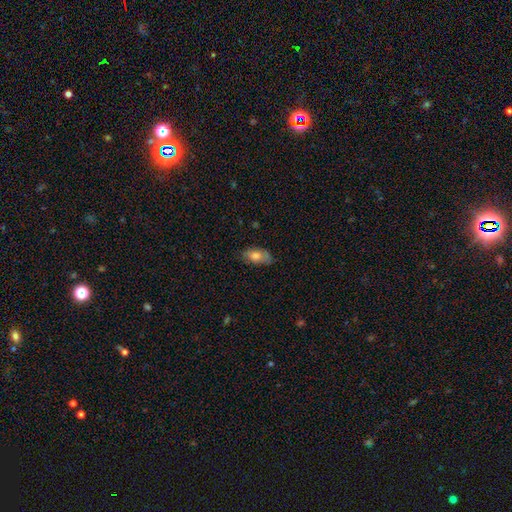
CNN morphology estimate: Smooth or featured: smooth — 71% (featured or disk — 22%)
How rounded: in between — 90% (cigar-shaped — 6%)
Merging: none — 72% (minor disturbance — 22%)